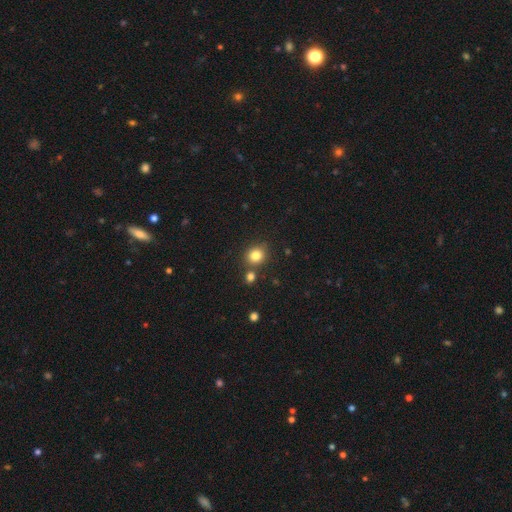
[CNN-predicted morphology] A smooth galaxy with no disk features (82%) that is round (81%).

Vote fractions:
- Smooth or featured? smooth: 82% / star or artifact: 12% / featured or disk: 6%
- How rounded? round: 81% / in between: 18% / cigar-shaped: 1%
- Merging? none: 75% / merger: 13% / minor disturbance: 9% / major disturbance: 3%